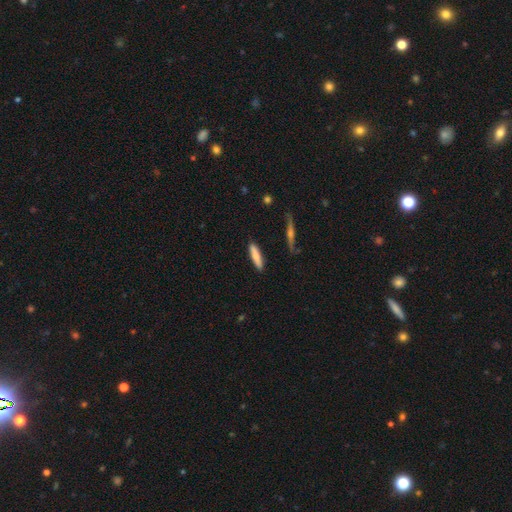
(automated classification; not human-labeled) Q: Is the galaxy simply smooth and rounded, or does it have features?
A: smooth — 73%.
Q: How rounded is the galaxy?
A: cigar-shaped — 81%.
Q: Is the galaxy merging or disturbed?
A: none — 88%.